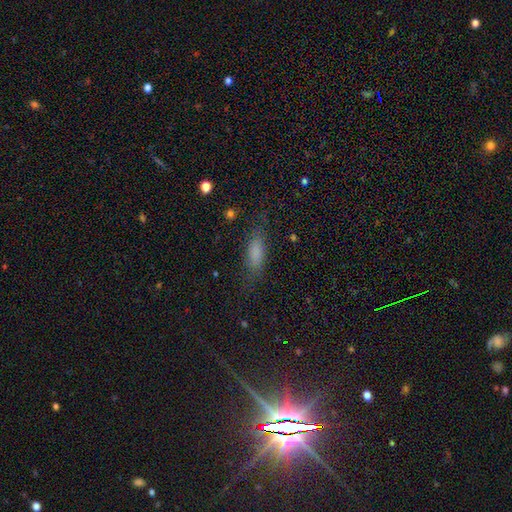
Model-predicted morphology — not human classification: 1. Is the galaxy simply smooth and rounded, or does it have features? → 64% smooth, 18% star or artifact, 17% featured or disk.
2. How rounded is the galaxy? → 57% in between, 39% cigar-shaped, 4% round.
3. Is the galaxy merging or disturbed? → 73% none, 17% minor disturbance, 7% major disturbance, 2% merger.